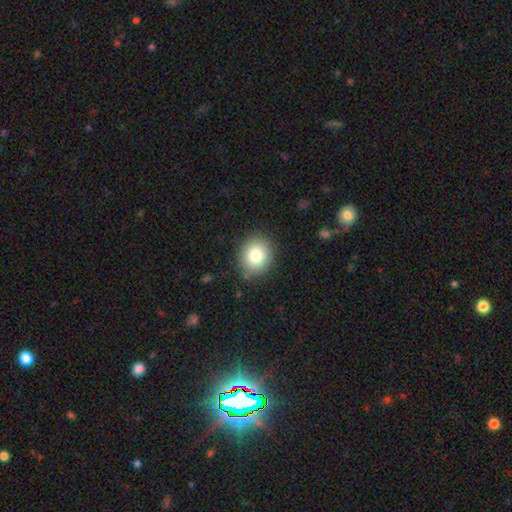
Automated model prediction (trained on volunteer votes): Smooth or featured?
  - smooth: 80% *
  - star or artifact: 10%
  - featured or disk: 10%
How rounded?
  - round: 77% *
  - in between: 22%
  - cigar-shaped: 1%
Merging?
  - none: 87% *
  - minor disturbance: 9%
  - major disturbance: 3%
  - merger: 1%